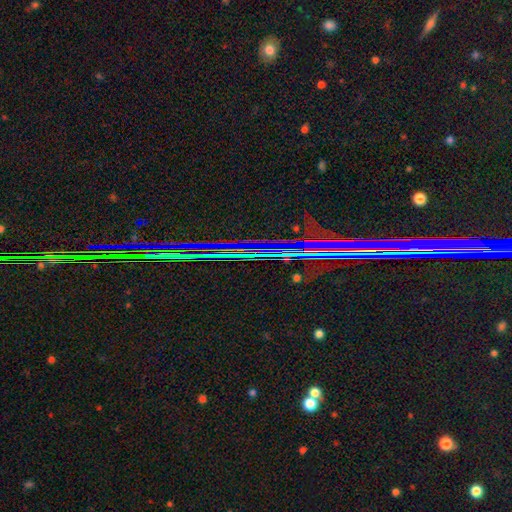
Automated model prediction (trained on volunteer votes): The model was most divided on "smooth or featured": star or artifact: 82%, featured or disk: 10%, smooth: 8%.